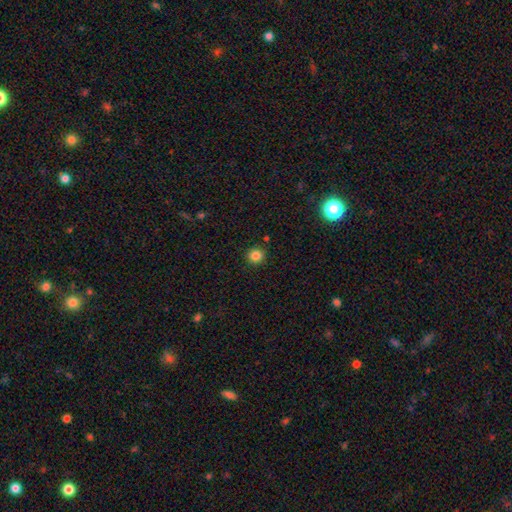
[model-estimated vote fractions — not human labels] Morphology: type=smooth (84%); roundness=round (92%); merging=none (90%).